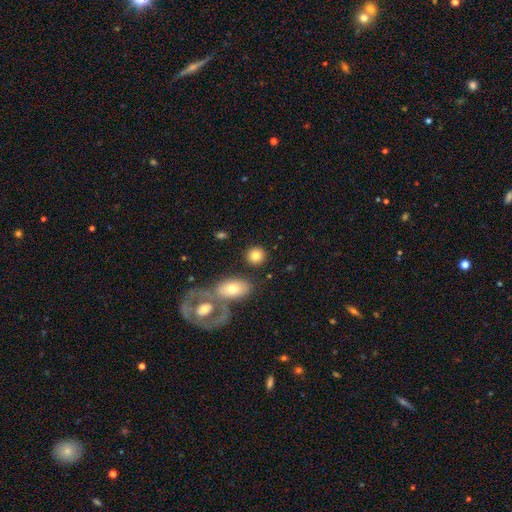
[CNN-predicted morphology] This appears to be a smooth galaxy with no disk features (81%) that is round (82%). Merging: none (81%).